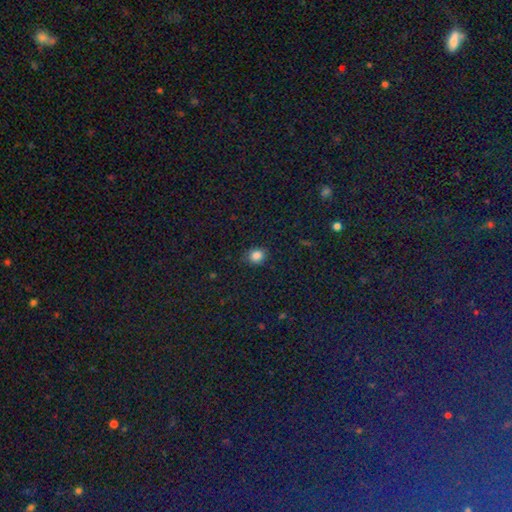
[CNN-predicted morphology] Smooth or featured?
  - smooth: 84% *
  - star or artifact: 12%
  - featured or disk: 4%
How rounded?
  - round: 63% *
  - in between: 36%
  - cigar-shaped: 1%
Merging?
  - none: 82% *
  - minor disturbance: 13%
  - major disturbance: 4%
  - merger: 1%